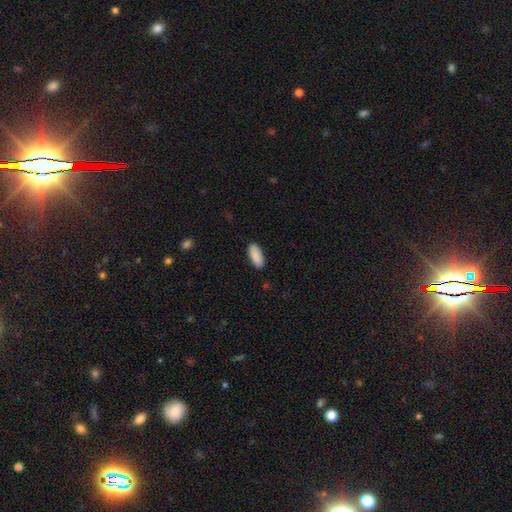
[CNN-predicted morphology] Smooth or featured?
  - smooth: 91% *
  - star or artifact: 6%
  - featured or disk: 3%
How rounded?
  - in between: 87% *
  - cigar-shaped: 11%
  - round: 2%
Merging?
  - none: 89% *
  - minor disturbance: 8%
  - major disturbance: 2%
  - merger: 1%